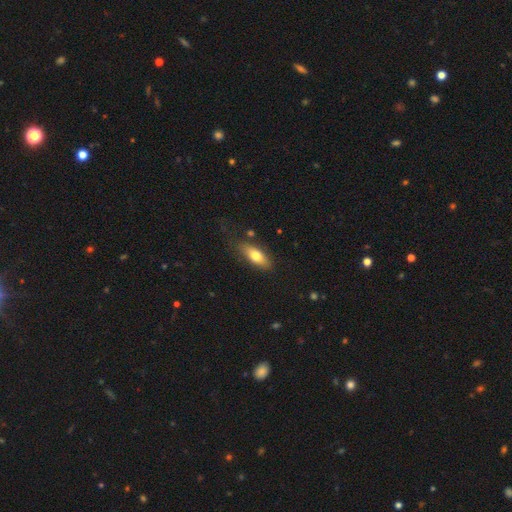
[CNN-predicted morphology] smooth 71%, featured or disk 22%, star or artifact 7%. Down the decision tree: how rounded — in between (76%); merging — none (76%).